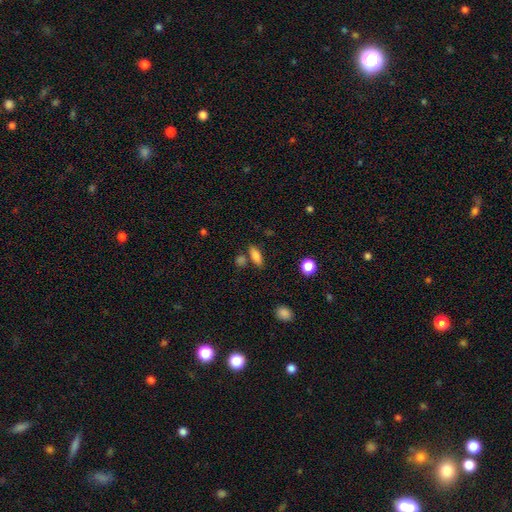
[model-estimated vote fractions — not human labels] Q: Smooth or featured?
A: smooth (80%); runner-up: featured or disk (10%)
Q: How rounded?
A: in between (66%); runner-up: cigar-shaped (29%)
Q: Merging?
A: none (72%); runner-up: merger (13%)